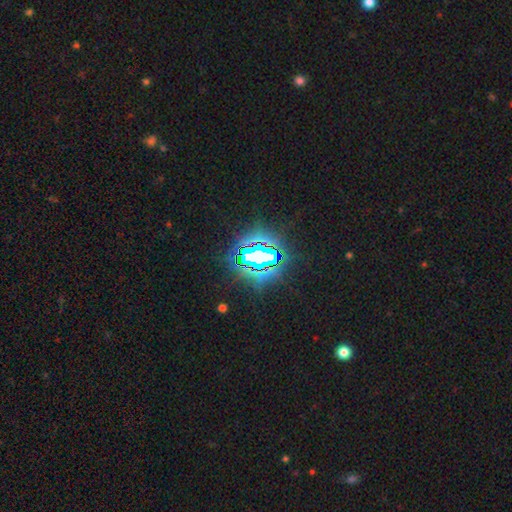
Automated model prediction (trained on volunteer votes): A star or artifact, not a galaxy (78%).